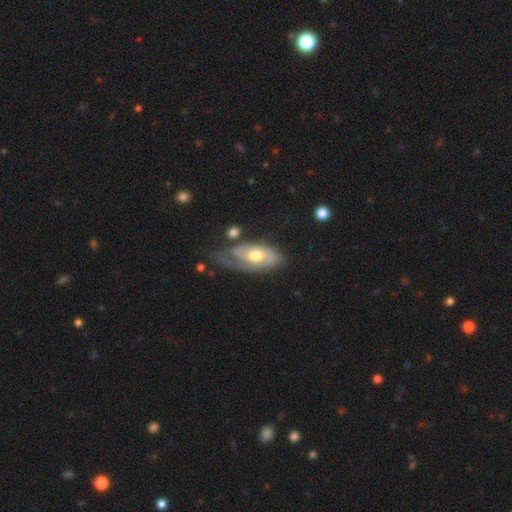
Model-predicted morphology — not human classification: Smooth or featured: featured or disk — 73% (smooth — 22%)
Edge-on disk: no — 92% (yes — 8%)
Bar: no — 69% (weak — 25%)
Spiral arms: yes — 85% (no — 15%)
Spiral winding: tight — 51% (medium — 34%)
Spiral arm count: 2 — 37% (1 — 36%)
Bulge size: moderate — 72% (small — 13%)
Merging: none — 42% (minor disturbance — 27%)